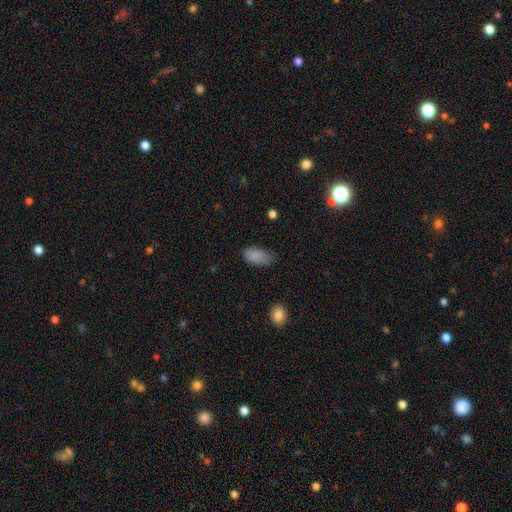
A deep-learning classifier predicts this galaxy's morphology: This appears to be a smooth galaxy with no disk features (86%) that is in between round and cigar-shaped (94%). Merging: none (58%).